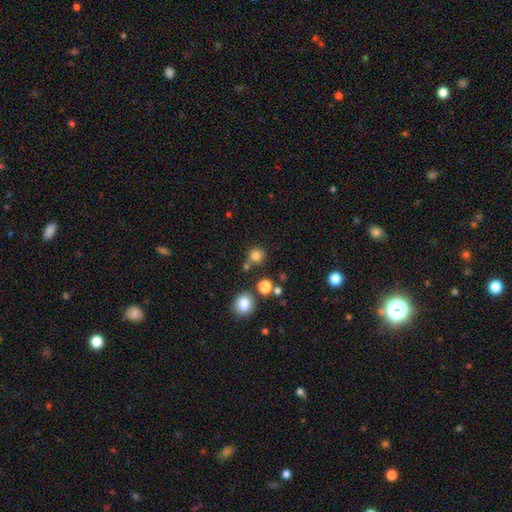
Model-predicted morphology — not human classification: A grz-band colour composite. It shows a smooth galaxy with no disk features (80%) that is round (91%). Merging: none (75%).